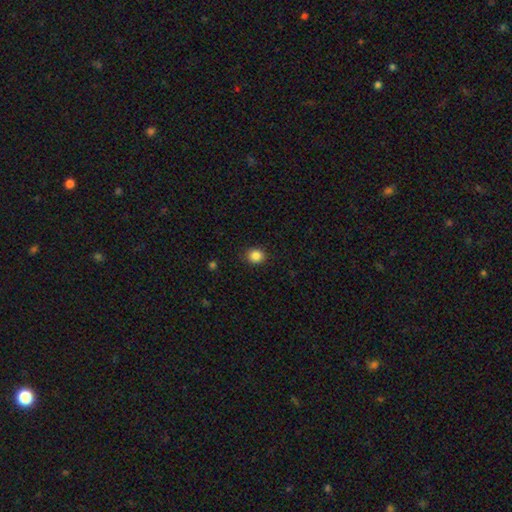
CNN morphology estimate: smooth 86%, star or artifact 10%, featured or disk 4%. Down the decision tree: how rounded — round (80%); merging — none (89%).